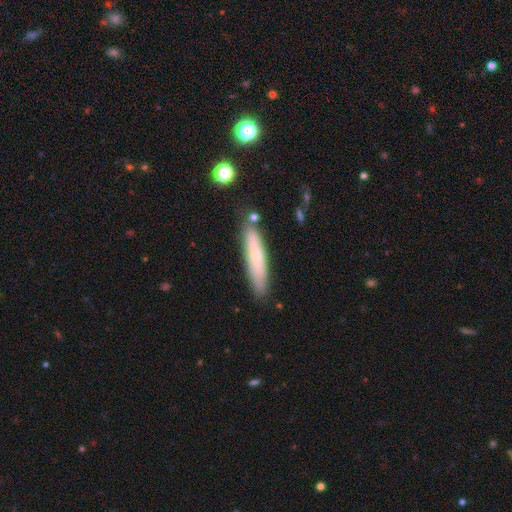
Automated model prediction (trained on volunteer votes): Smooth or featured? Predicted: smooth (p=0.57). How rounded? Predicted: cigar-shaped (p=0.87). Merging? Predicted: none (p=0.81).